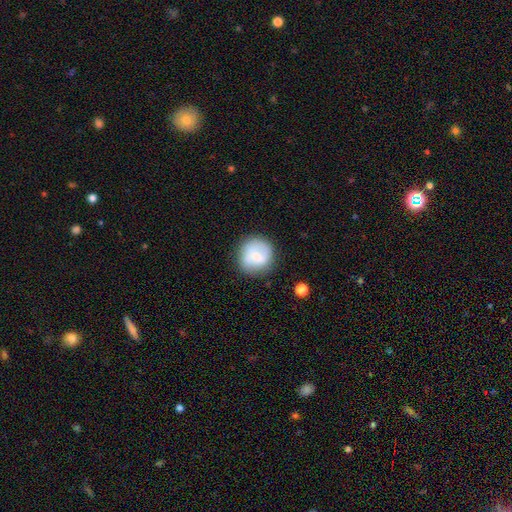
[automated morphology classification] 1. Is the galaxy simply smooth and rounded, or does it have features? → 69% smooth, 24% featured or disk, 7% star or artifact.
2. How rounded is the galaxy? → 90% round, 10% in between, 1% cigar-shaped.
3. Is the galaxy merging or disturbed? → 73% none, 18% minor disturbance, 6% major disturbance, 3% merger.